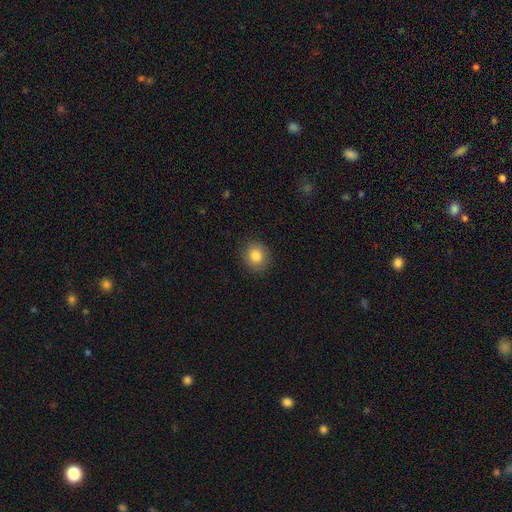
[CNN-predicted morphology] The model was most divided on "how rounded": round: 80%, in between: 19%, cigar-shaped: 1%. More confident: merging — none (88%); smooth or featured — smooth (84%).